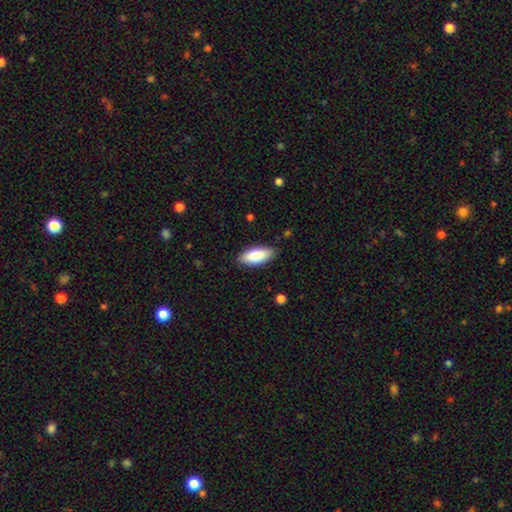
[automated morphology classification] This appears to be a smooth galaxy with no disk features (85%) that is in between round and cigar-shaped (84%). Merging: none (86%).